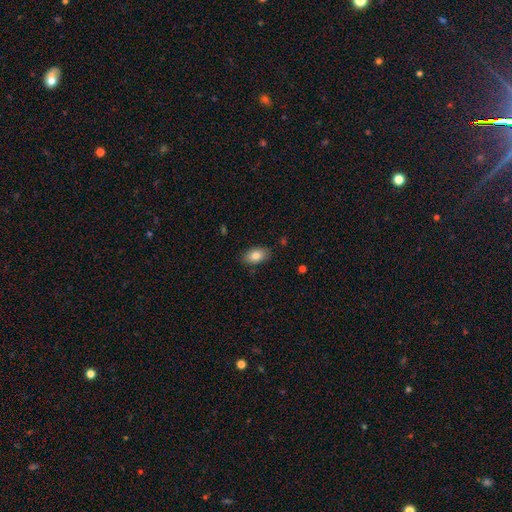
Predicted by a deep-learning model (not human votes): Smooth or featured: smooth — 82% (featured or disk — 11%)
How rounded: in between — 92% (round — 6%)
Merging: none — 85% (minor disturbance — 11%)